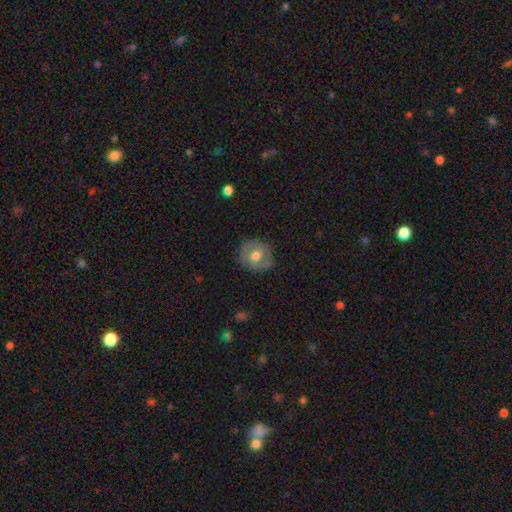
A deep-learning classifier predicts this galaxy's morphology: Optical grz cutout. It shows a smooth galaxy with no disk features (53%) that is round (84%). Merging: none (81%).